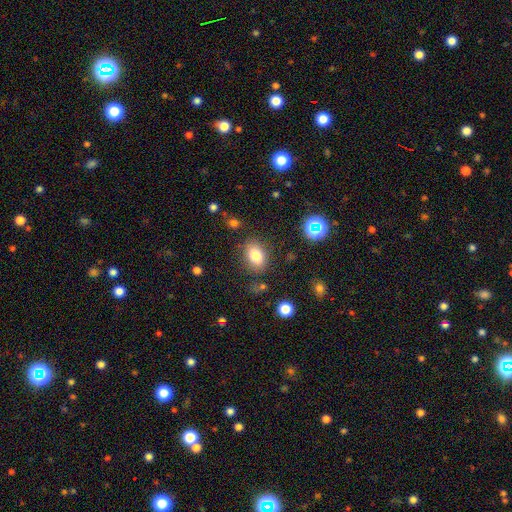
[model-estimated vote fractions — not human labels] Morphology: type=smooth (79%); roundness=in between (77%); merging=none (80%).